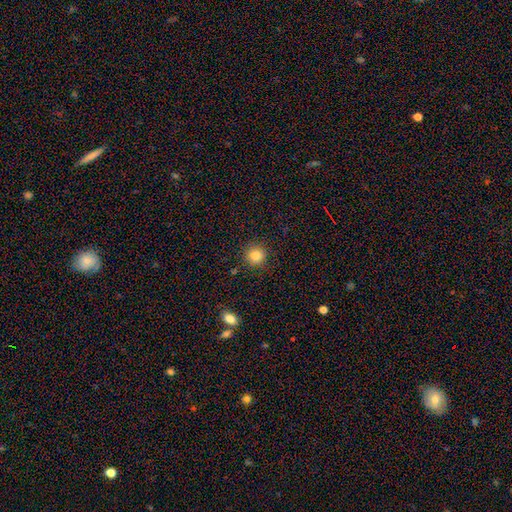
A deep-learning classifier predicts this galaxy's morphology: Q: Smooth or featured?
A: smooth (84%); runner-up: star or artifact (11%)
Q: How rounded?
A: round (93%); runner-up: in between (6%)
Q: Merging?
A: none (89%); runner-up: minor disturbance (7%)